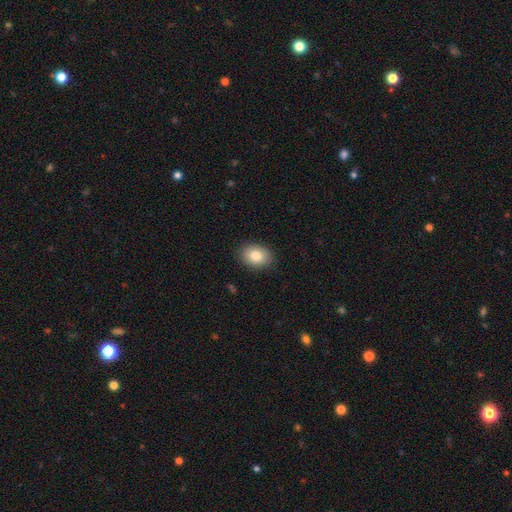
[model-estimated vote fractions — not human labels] smooth-or-featured: smooth: 84% | featured or disk: 9% | star or artifact: 8%
  how-rounded: in between: 72% | round: 27% | cigar-shaped: 1%
  merging: none: 88% | minor disturbance: 9% | major disturbance: 2% | merger: 1%